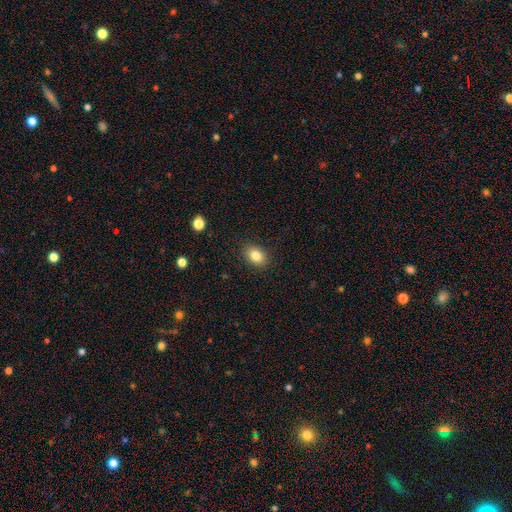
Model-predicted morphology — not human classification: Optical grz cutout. It shows a smooth galaxy with no disk features (83%) that is in between round and cigar-shaped (68%). Merging: none (88%).